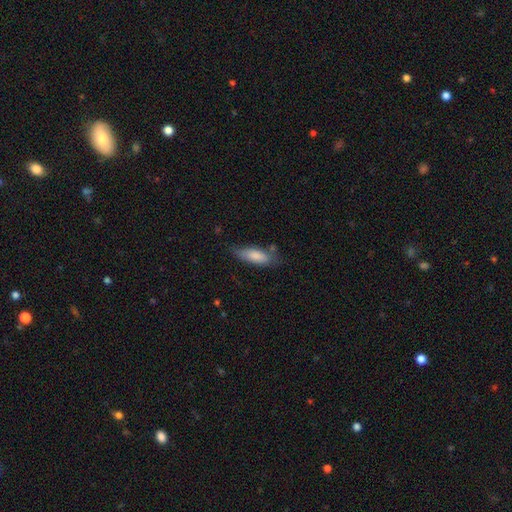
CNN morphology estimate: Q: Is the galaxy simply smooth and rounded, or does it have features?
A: smooth — 81%.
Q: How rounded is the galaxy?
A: in between — 62%.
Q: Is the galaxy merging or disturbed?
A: none — 61%.